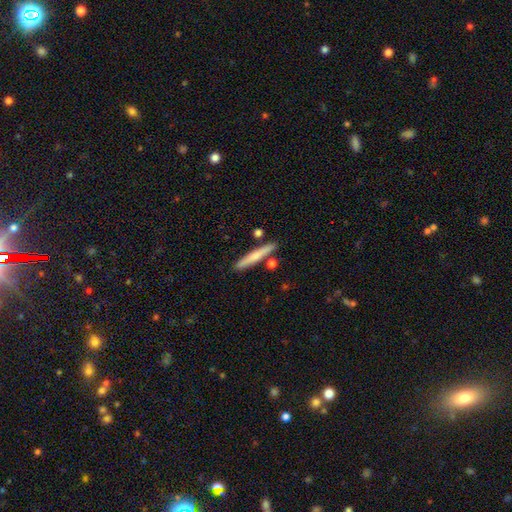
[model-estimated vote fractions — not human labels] Smooth or featured: smooth — 63% (featured or disk — 31%)
How rounded: cigar-shaped — 95% (in between — 4%)
Merging: none — 85% (minor disturbance — 9%)